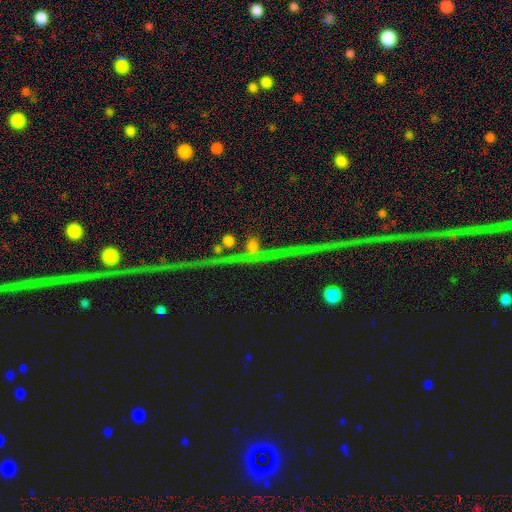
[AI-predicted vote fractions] Smooth or featured?
  - star or artifact: 70% *
  - featured or disk: 20%
  - smooth: 10%